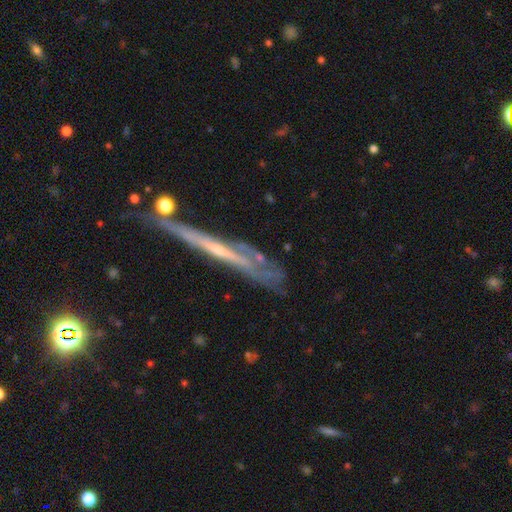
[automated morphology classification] smooth-or-featured: featured or disk: 73% | smooth: 20% | star or artifact: 8%
  disk-edge-on: yes: 83% | no: 17%
    edge-on-bulge: none: 65% | rounded: 28% | boxy: 7%
  merging: none: 54% | minor disturbance: 25% | major disturbance: 14% | merger: 7%